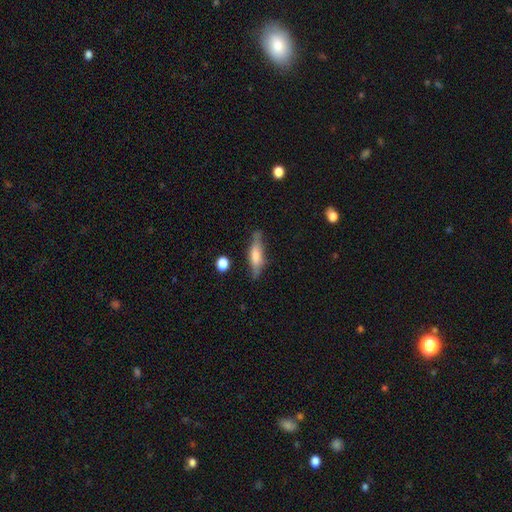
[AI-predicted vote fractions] featured or disk 50%, smooth 42%, star or artifact 8%. Down the decision tree: edge-on disk — yes (85%); merging — none (78%).